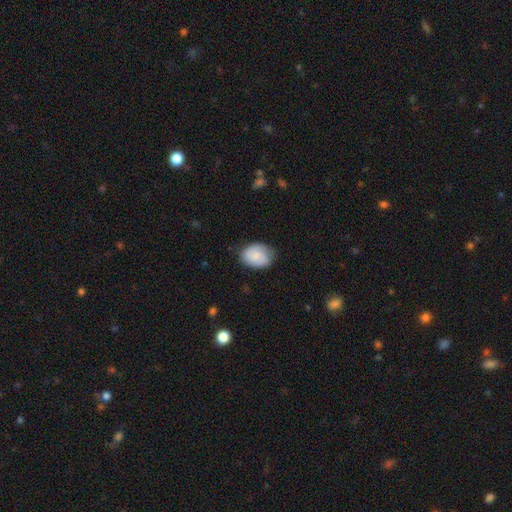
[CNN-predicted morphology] Smooth or featured?
  - smooth: 67% *
  - featured or disk: 26%
  - star or artifact: 7%
How rounded?
  - in between: 72% *
  - round: 27%
  - cigar-shaped: 1%
Merging?
  - none: 74% *
  - minor disturbance: 21%
  - major disturbance: 4%
  - merger: 1%